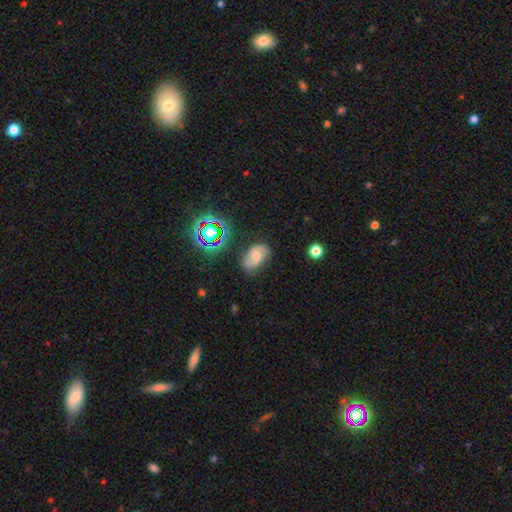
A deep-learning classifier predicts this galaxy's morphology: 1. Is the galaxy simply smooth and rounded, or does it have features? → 55% featured or disk, 28% smooth, 17% star or artifact.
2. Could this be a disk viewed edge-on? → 96% no, 4% yes.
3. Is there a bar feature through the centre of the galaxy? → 59% no, 32% weak, 9% strong.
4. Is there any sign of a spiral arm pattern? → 87% yes, 13% no.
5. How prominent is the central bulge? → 59% moderate, 30% small, 5% large, 3% none, 2% dominant.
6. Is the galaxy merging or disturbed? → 72% none, 19% minor disturbance, 6% major disturbance, 3% merger.